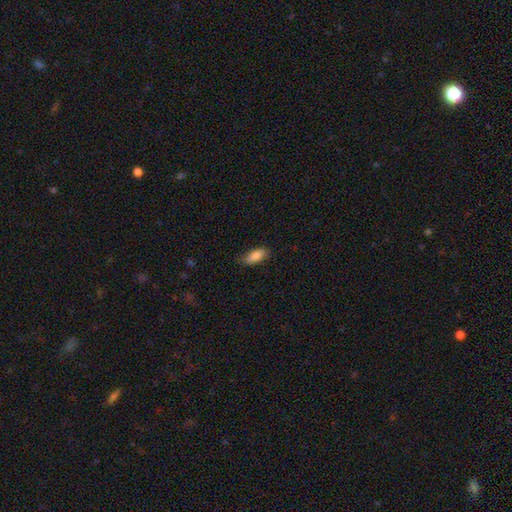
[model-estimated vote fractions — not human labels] This is clearly a smooth galaxy (83%). How rounded: likely in between (78%). Merging: likely none (79%).